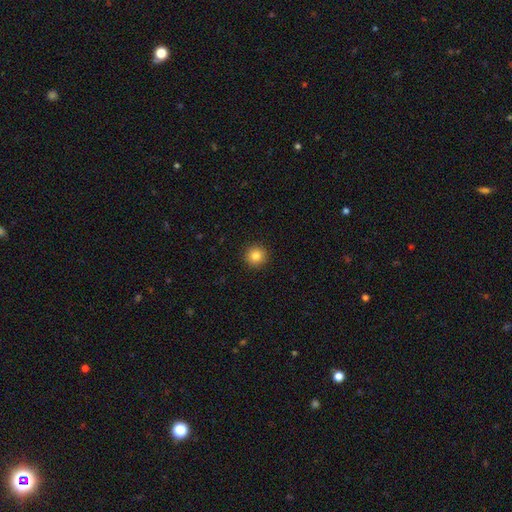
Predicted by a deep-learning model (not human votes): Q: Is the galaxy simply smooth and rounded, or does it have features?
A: smooth — 83%.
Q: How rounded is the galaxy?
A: round — 95%.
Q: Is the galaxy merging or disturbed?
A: none — 93%.